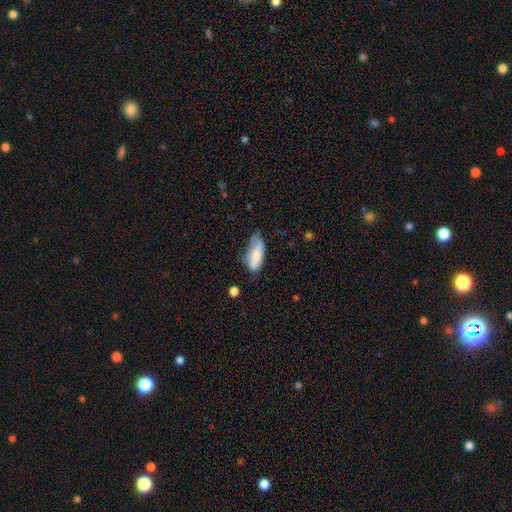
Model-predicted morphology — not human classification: Q: Smooth or featured?
A: smooth (75%); runner-up: featured or disk (18%)
Q: How rounded?
A: in between (73%); runner-up: cigar-shaped (25%)
Q: Merging?
A: none (44%); runner-up: minor disturbance (39%)